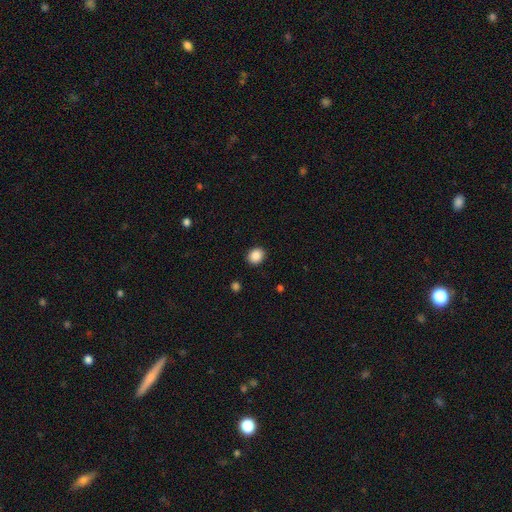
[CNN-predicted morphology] This appears to be a smooth galaxy with no disk features (88%) that is round (67%). Merging: none (90%).